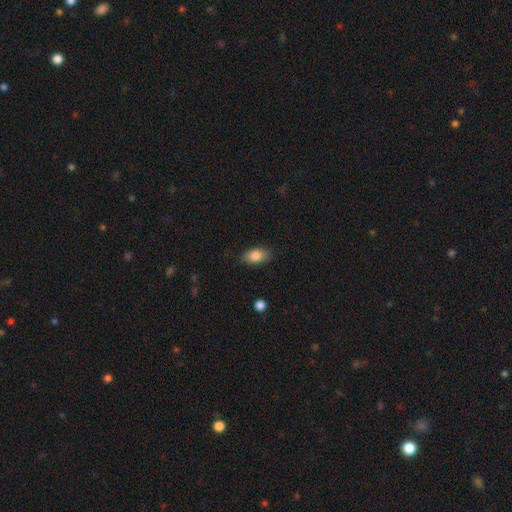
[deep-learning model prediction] This appears to be a smooth galaxy with no disk features (84%) that is in between round and cigar-shaped (90%). Merging: none (85%).